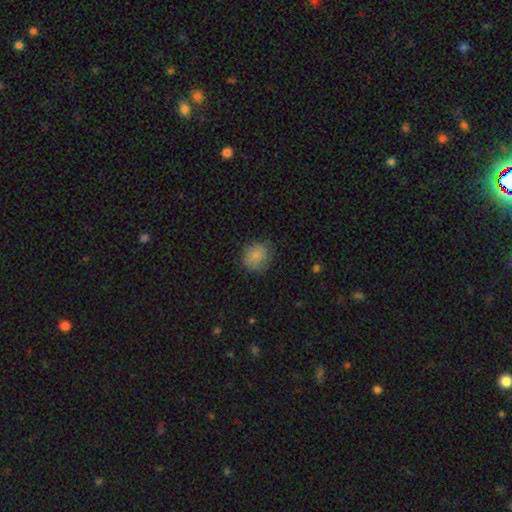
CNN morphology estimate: type=smooth (82%); roundness=round (78%); merging=none (75%).